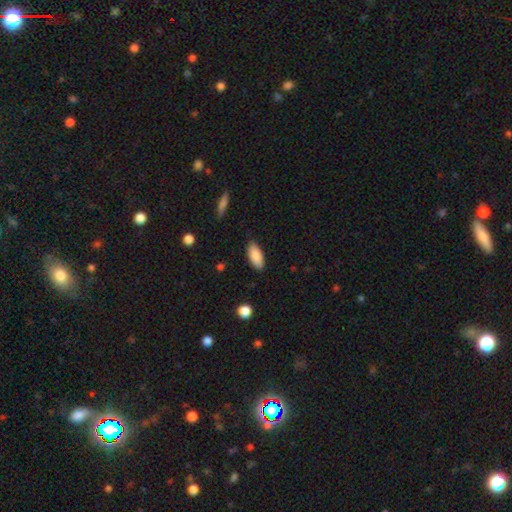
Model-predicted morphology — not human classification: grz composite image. It shows a smooth galaxy with no disk features (88%) that is in between round and cigar-shaped (87%). Merging: none (85%).